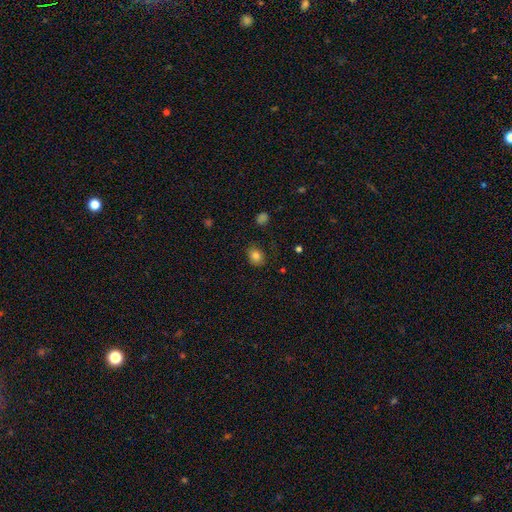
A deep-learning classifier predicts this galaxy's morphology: smooth-or-featured: smooth: 82% | star or artifact: 11% | featured or disk: 7%
  how-rounded: round: 50% | in between: 49% | cigar-shaped: 1%
  merging: none: 83% | minor disturbance: 12% | major disturbance: 3% | merger: 1%